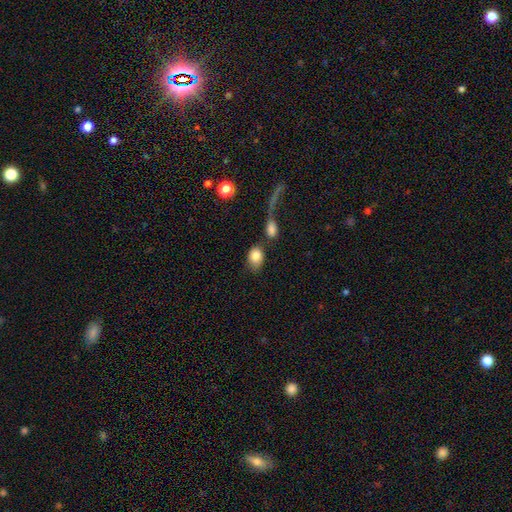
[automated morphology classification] smooth-or-featured: smooth: 83% | featured or disk: 9% | star or artifact: 7%
  how-rounded: in between: 76% | round: 22% | cigar-shaped: 2%
  merging: none: 49% | merger: 26% | minor disturbance: 15% | major disturbance: 10%